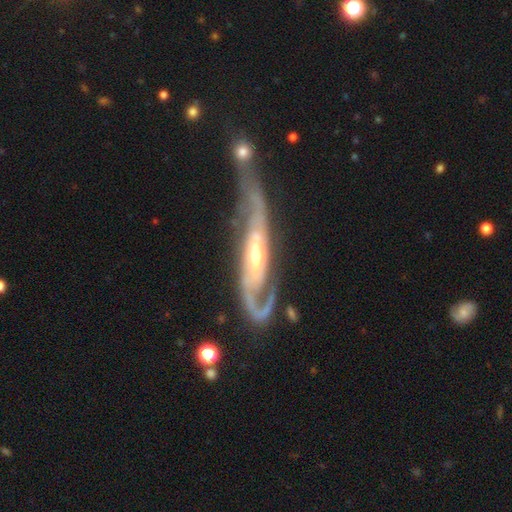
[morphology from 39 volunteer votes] This is clearly a featured or disk galaxy (87%). It is clearly not viewed edge-on (91%). Bar: possibly weak (48%). Spiral arm pattern: clearly yes (81%). Spiral arm count: likely 2 (72%). Spiral winding: marginally medium (40%). Central bulge: possibly moderate (52%). Merging: marginally none (34%, tied with minor disturbance).